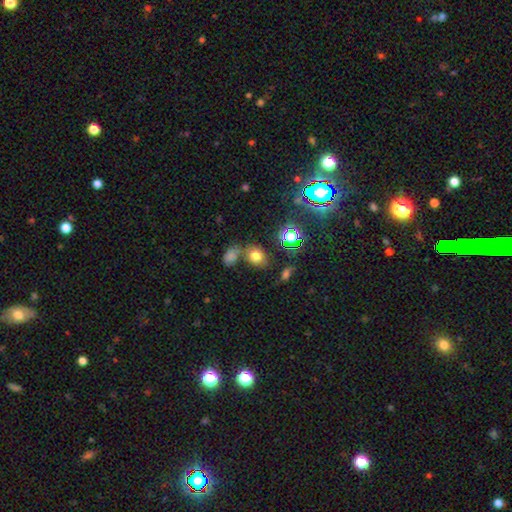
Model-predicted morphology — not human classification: type=smooth (68%); roundness=in between (51%); merging=none (61%).